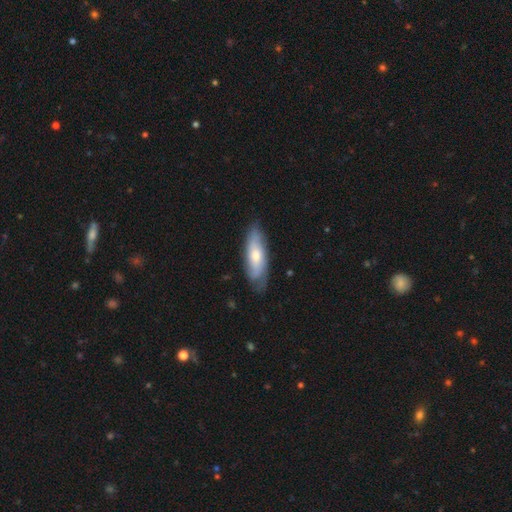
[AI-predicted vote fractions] Q: Smooth or featured?
A: smooth (50%); runner-up: featured or disk (45%)
Q: Merging?
A: none (72%); runner-up: minor disturbance (22%)